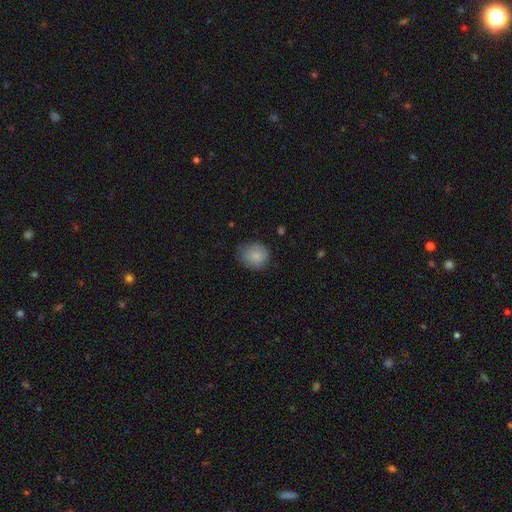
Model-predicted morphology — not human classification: A smooth galaxy with no disk features (84%) that is round (77%). Merging: none (73%).